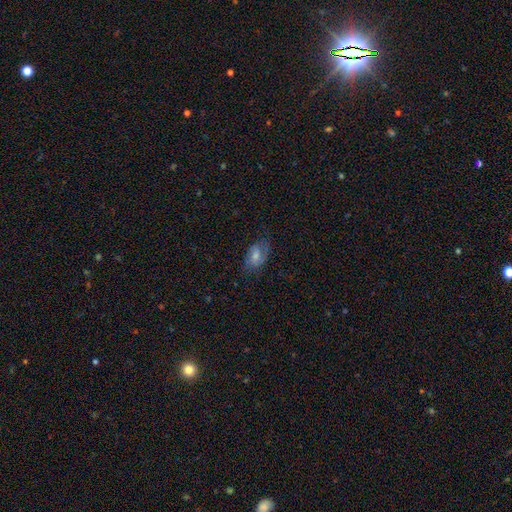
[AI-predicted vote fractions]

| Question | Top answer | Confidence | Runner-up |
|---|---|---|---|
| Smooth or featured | featured or disk | 57% | smooth (30%) |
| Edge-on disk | no | 94% | yes (6%) |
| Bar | weak | 46% | no (40%) |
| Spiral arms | yes | 85% | no (15%) |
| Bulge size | moderate | 48% | small (36%) |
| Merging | none | 70% | minor disturbance (19%) |